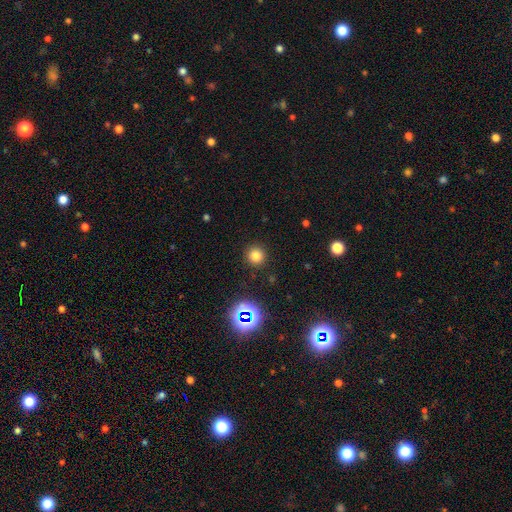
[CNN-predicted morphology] type=smooth (75%); roundness=round (94%); merging=none (91%).